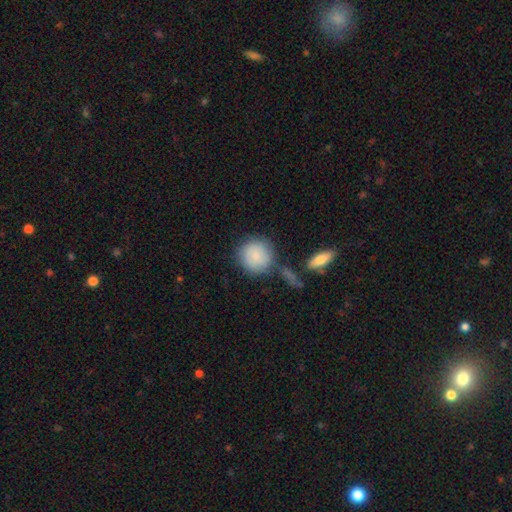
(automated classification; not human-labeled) The model was most divided on "merging": none: 64%, minor disturbance: 15%, merger: 15%, major disturbance: 7%. More confident: how rounded — round (91%); smooth or featured — smooth (80%).